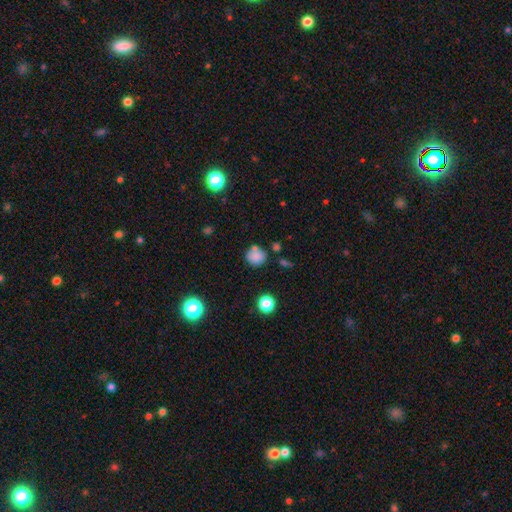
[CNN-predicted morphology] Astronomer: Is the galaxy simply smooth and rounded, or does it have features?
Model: smooth — 81%.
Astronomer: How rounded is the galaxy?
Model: round — 82%.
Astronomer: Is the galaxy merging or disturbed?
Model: none — 69%.